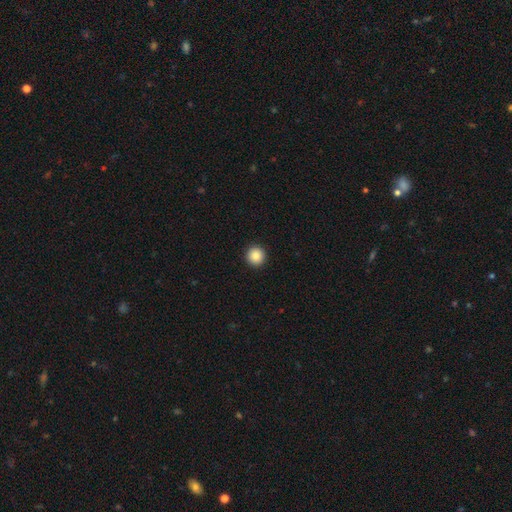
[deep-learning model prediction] smooth-or-featured: smooth: 87% | star or artifact: 9% | featured or disk: 4%
  how-rounded: round: 96% | in between: 3% | cigar-shaped: 1%
  merging: none: 94% | minor disturbance: 4% | major disturbance: 1% | merger: 1%